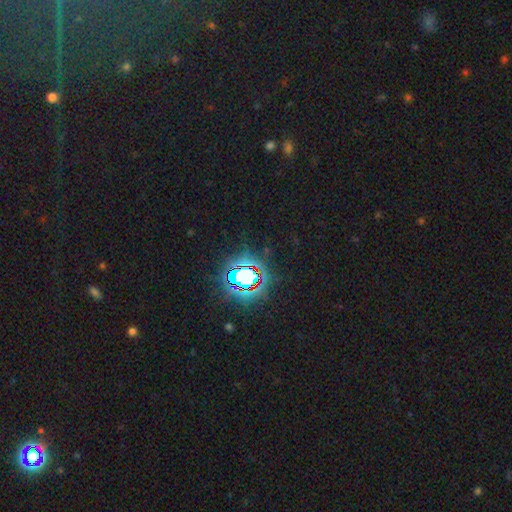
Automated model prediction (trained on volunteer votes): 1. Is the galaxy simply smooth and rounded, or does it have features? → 83% star or artifact, 11% smooth, 6% featured or disk.